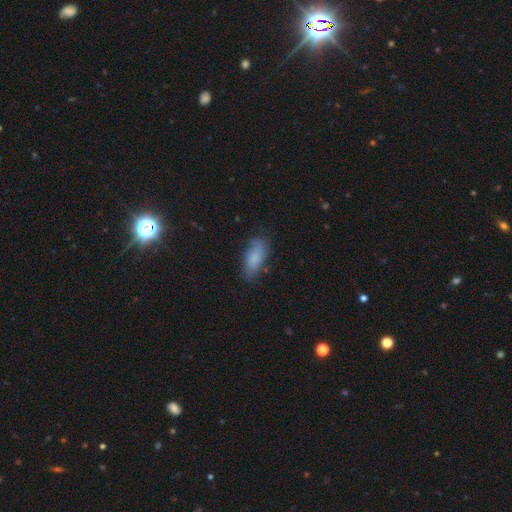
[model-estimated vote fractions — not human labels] A smooth galaxy with no disk features (76%) that is in between round and cigar-shaped (84%).

Vote fractions:
- Smooth or featured? smooth: 76% / featured or disk: 16% / star or artifact: 8%
- How rounded? in between: 84% / cigar-shaped: 14% / round: 2%
- Merging? none: 68% / minor disturbance: 23% / major disturbance: 6% / merger: 2%